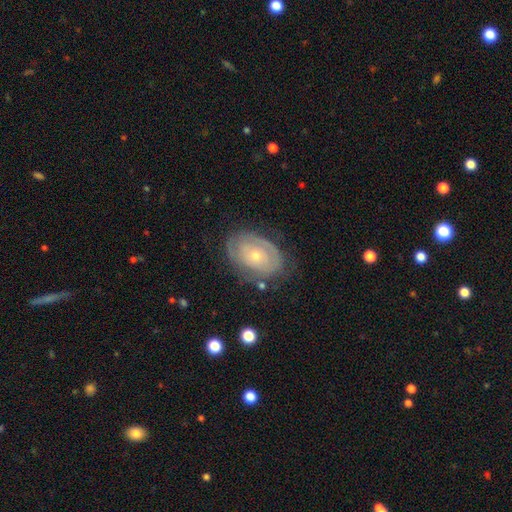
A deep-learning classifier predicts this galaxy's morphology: A featured or disk galaxy (70%) with no bar (83%), spiral arms (69%) and a small central bulge (62%).

Vote fractions:
- Smooth or featured? featured or disk: 70% / smooth: 24% / star or artifact: 7%
- Edge-on disk? no: 95% / yes: 5%
- Bar? no: 83% / weak: 14% / strong: 3%
- Spiral arms? yes: 69% / no: 31%
- Bulge size? small: 62% / moderate: 35% / large: 1% / none: 1% / dominant: 1%
- Merging? none: 72% / minor disturbance: 19% / major disturbance: 8% / merger: 2%